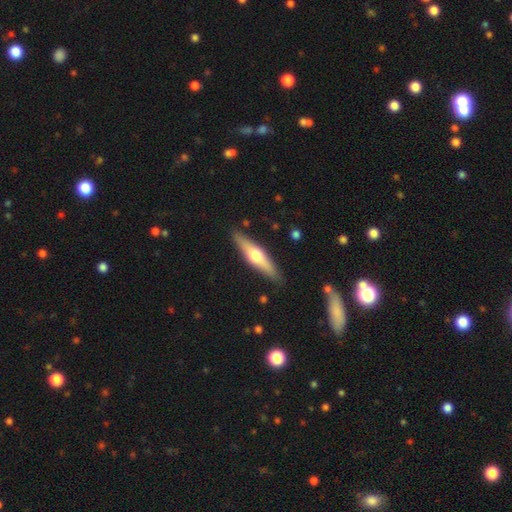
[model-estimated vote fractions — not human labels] This is possibly a featured or disk galaxy (54%). It is clearly viewed edge-on (92%). Merging: clearly none (87%).